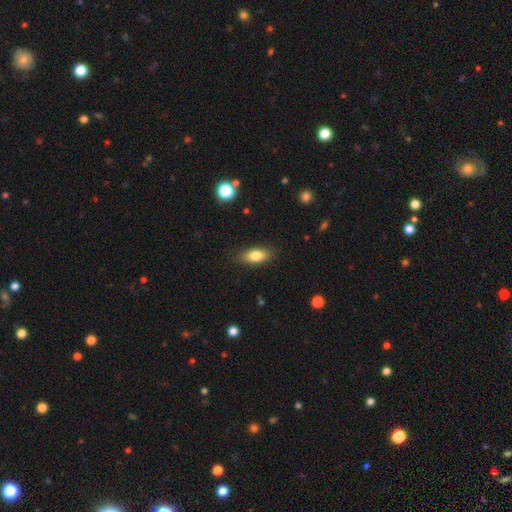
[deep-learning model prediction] smooth_or_featured: smooth (p=0.80) [alt: featured or disk p=0.12]
how_rounded: in between (p=0.82) [alt: cigar-shaped p=0.14]
merging: none (p=0.85) [alt: minor disturbance p=0.11]